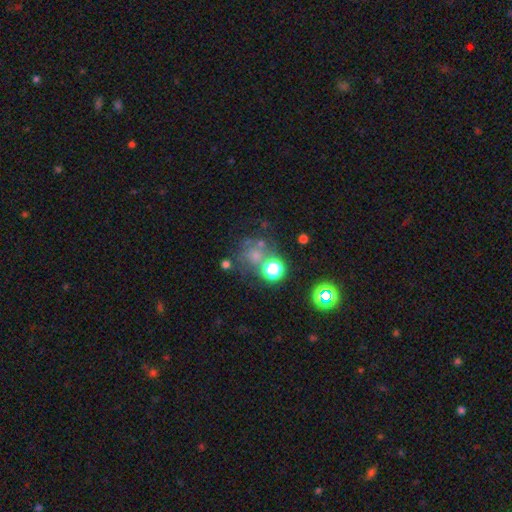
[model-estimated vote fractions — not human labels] The model was most divided on "smooth or featured": smooth: 42%, star or artifact: 36%, featured or disk: 22%. More confident: merging — none (57%).